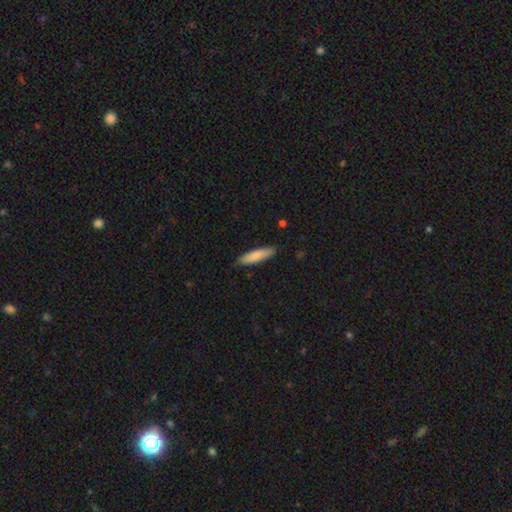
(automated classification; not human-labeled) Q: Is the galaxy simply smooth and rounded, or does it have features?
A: smooth — 82%.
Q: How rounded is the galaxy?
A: cigar-shaped — 76%.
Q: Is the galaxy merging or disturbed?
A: none — 87%.